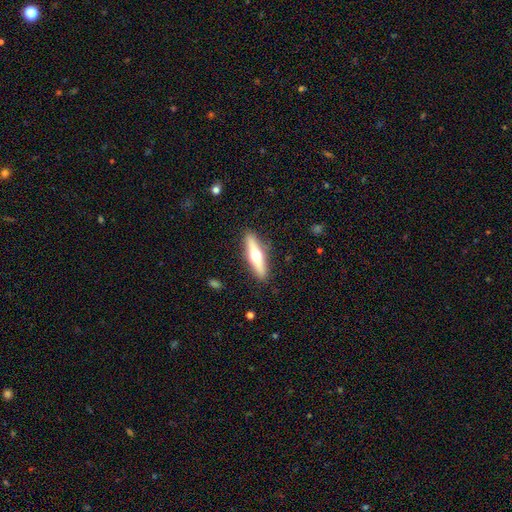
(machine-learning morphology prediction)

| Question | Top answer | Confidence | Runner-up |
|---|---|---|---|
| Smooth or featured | featured or disk | 56% | smooth (38%) |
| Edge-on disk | yes | 93% | no (7%) |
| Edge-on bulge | rounded | 95% | none (3%) |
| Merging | none | 89% | minor disturbance (8%) |